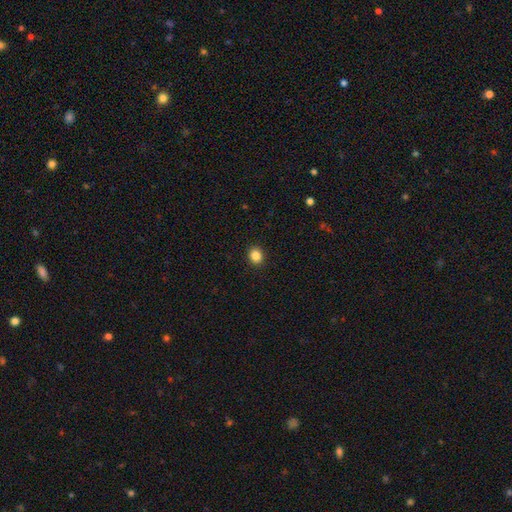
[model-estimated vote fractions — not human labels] smooth 85%, star or artifact 11%, featured or disk 4%. Down the decision tree: how rounded — round (68%); merging — none (91%).